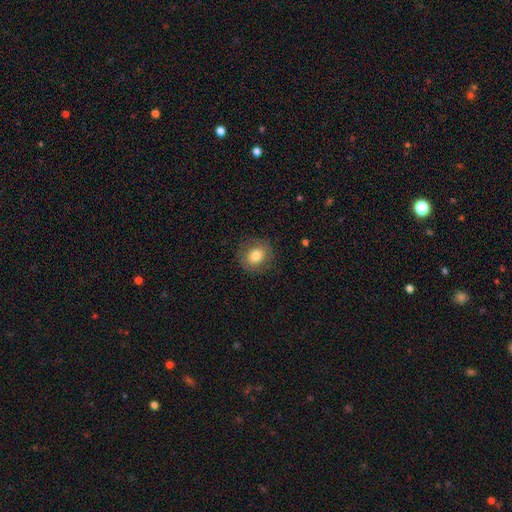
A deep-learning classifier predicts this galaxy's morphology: smooth_or_featured: smooth (p=0.77) [alt: featured or disk p=0.14]
how_rounded: round (p=0.78) [alt: in between p=0.21]
merging: none (p=0.85) [alt: minor disturbance p=0.10]